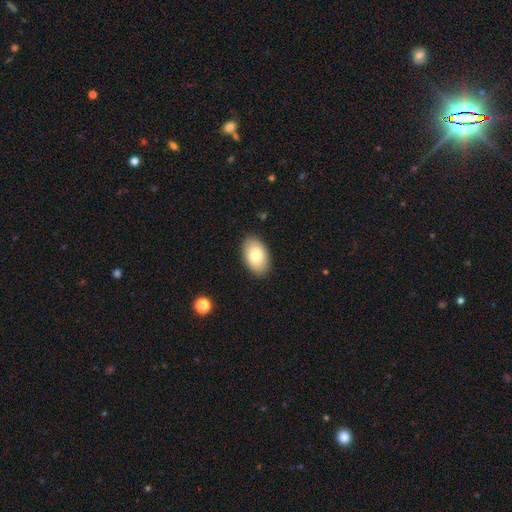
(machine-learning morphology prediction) Overall: smooth (79%). How rounded: in between (92%). Merging: none (88%).